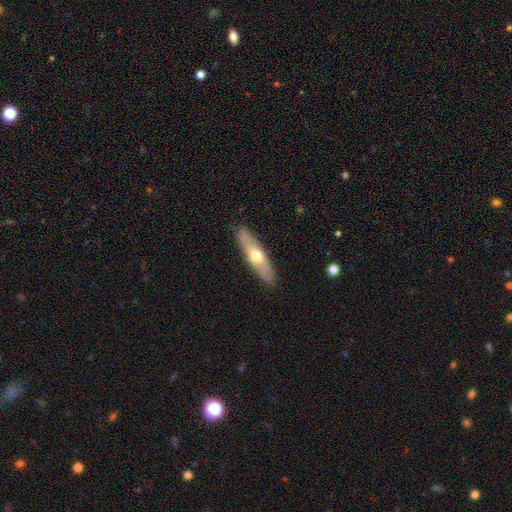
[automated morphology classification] smooth_or_featured: smooth (p=0.54) [alt: featured or disk p=0.41]
how_rounded: cigar-shaped (p=0.70) [alt: in between p=0.28]
merging: none (p=0.88) [alt: minor disturbance p=0.09]